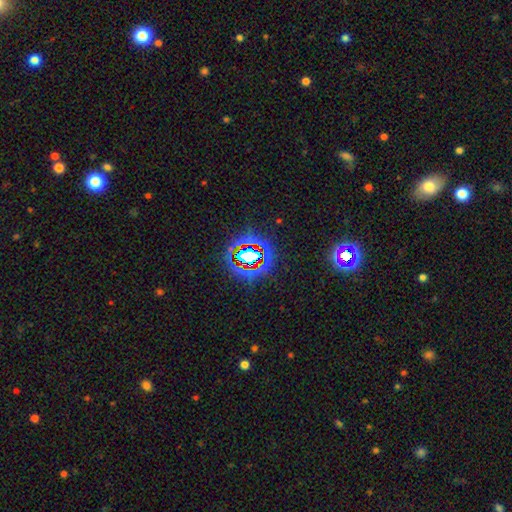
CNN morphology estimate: smooth_or_featured: star or artifact (p=0.72) [alt: smooth p=0.17]